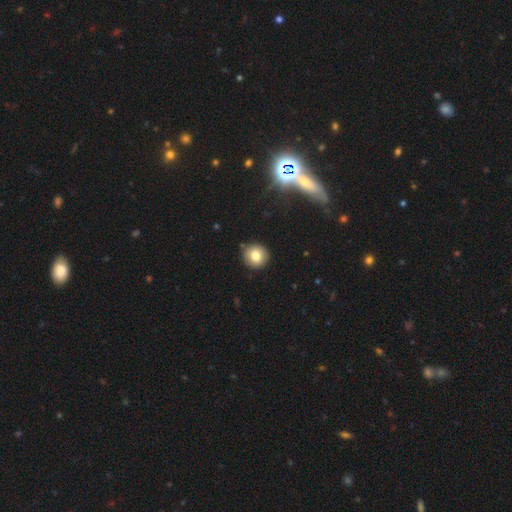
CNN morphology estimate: smooth 79%, star or artifact 11%, featured or disk 10%. Down the decision tree: how rounded — round (90%); merging — none (89%).